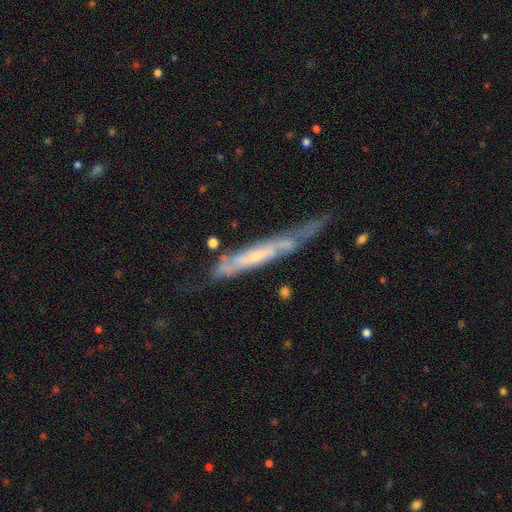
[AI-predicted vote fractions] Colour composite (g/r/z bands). It shows a featured or disk galaxy (70%) viewed edge-on (65%). Merging: none (48%).